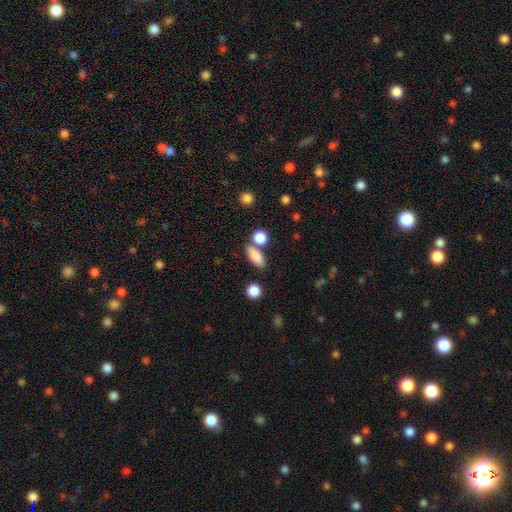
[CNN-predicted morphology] A smooth galaxy with no disk features (85%) that is in between round and cigar-shaped (72%). Merging: none (69%).